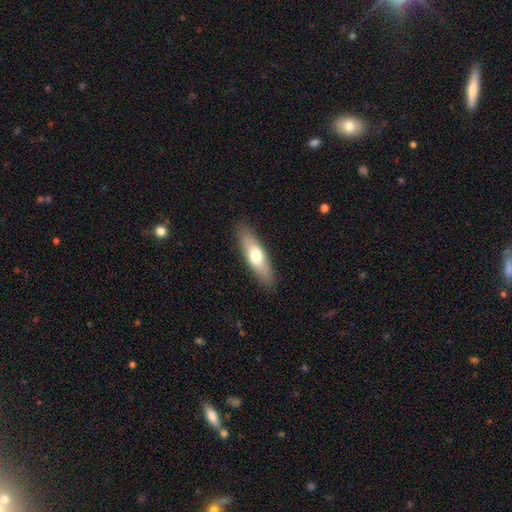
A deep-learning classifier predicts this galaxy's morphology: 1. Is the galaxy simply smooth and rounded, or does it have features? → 64% smooth, 30% featured or disk, 6% star or artifact.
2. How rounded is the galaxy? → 58% cigar-shaped, 40% in between, 2% round.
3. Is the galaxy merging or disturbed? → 88% none, 9% minor disturbance, 2% major disturbance, 1% merger.